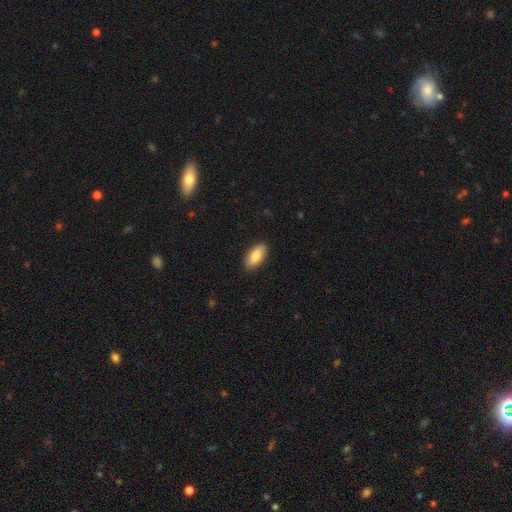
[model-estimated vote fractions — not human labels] Smooth or featured?
  - smooth: 84% *
  - featured or disk: 10%
  - star or artifact: 6%
How rounded?
  - in between: 90% *
  - cigar-shaped: 8%
  - round: 2%
Merging?
  - none: 88% *
  - minor disturbance: 9%
  - major disturbance: 2%
  - merger: 1%